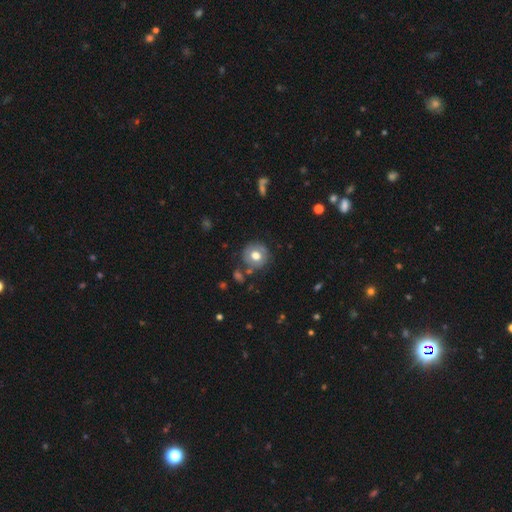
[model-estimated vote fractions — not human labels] Smooth or featured? Predicted: smooth (p=0.62). How rounded? Predicted: round (p=0.90). Merging? Predicted: none (p=0.77).